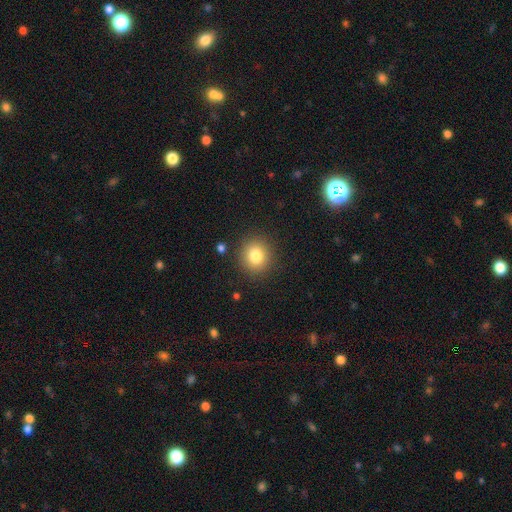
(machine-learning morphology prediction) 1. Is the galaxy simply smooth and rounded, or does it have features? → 80% smooth, 11% star or artifact, 8% featured or disk.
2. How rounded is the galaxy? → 87% round, 12% in between, 1% cigar-shaped.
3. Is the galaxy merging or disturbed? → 89% none, 7% minor disturbance, 3% major disturbance, 2% merger.